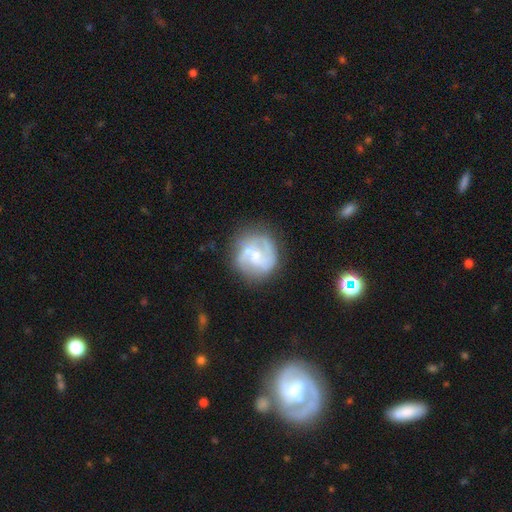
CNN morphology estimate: smooth_or_featured: featured or disk (p=0.76) [alt: smooth p=0.17]
disk_edge_on: no (p=0.98) [alt: yes p=0.02]
bar: no (p=0.51) [alt: weak p=0.41]
has_spiral_arms: yes (p=0.91) [alt: no p=0.09]
spiral_winding: medium (p=0.48) [alt: tight p=0.31]
spiral_arm_count: 2 (p=0.61) [alt: 3 p=0.15]
bulge_size: small (p=0.46) [alt: moderate p=0.44]
merging: none (p=0.71) [alt: minor disturbance p=0.18]